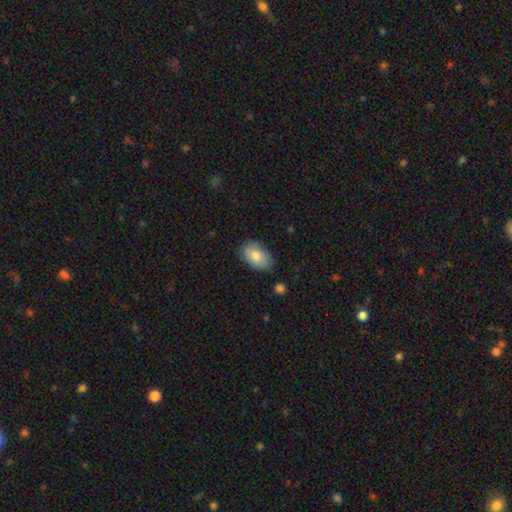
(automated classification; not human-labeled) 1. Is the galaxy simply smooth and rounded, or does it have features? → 80% smooth, 13% featured or disk, 7% star or artifact.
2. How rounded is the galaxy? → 90% in between, 9% round, 1% cigar-shaped.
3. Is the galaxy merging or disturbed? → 79% none, 16% minor disturbance, 3% major disturbance, 2% merger.